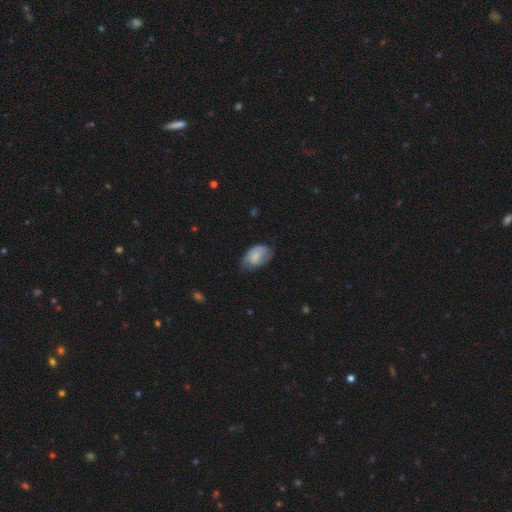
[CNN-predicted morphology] smooth 69%, featured or disk 24%, star or artifact 7%. Down the decision tree: how rounded — in between (89%); merging — none (52%).